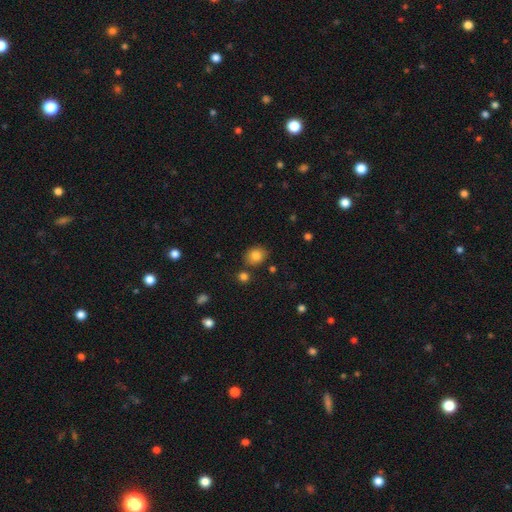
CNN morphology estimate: A smooth galaxy with no disk features (82%) that is round (57%).

Vote fractions:
- Smooth or featured? smooth: 82% / star or artifact: 11% / featured or disk: 7%
- How rounded? round: 57% / in between: 42% / cigar-shaped: 1%
- Merging? none: 78% / minor disturbance: 12% / merger: 7% / major disturbance: 3%